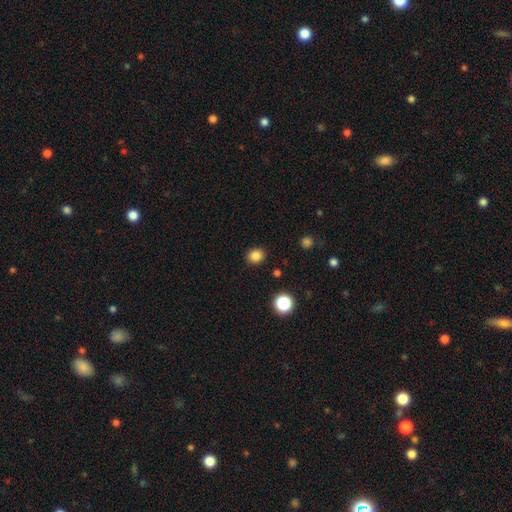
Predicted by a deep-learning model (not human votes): A smooth galaxy with no disk features (84%) that is round (76%).

Vote fractions:
- Smooth or featured? smooth: 84% / star or artifact: 12% / featured or disk: 4%
- How rounded? round: 76% / in between: 23% / cigar-shaped: 1%
- Merging? none: 89% / minor disturbance: 7% / major disturbance: 2% / merger: 1%